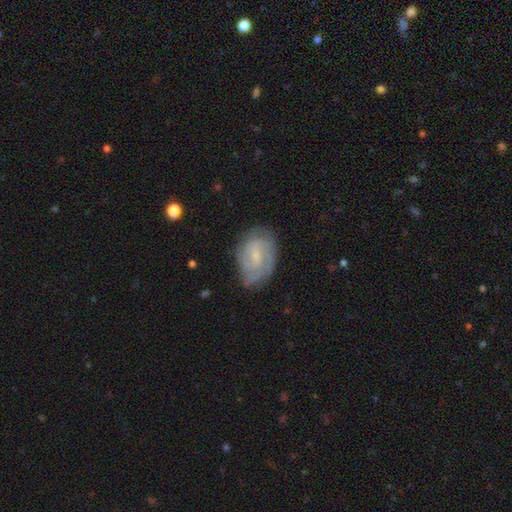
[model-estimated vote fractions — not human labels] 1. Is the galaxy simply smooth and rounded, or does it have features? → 63% featured or disk, 30% smooth, 8% star or artifact.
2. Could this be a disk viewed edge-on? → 97% no, 3% yes.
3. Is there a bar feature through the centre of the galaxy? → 53% weak, 38% no, 9% strong.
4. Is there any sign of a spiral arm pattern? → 85% yes, 15% no.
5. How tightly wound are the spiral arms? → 50% tight, 37% medium, 13% loose.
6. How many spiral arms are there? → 43% 2, 34% can't tell, 9% 1, 9% 3, 3% 4, 2% more than 4.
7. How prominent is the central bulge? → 57% small, 22% moderate, 18% none, 2% large, 1% dominant.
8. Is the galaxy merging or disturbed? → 64% none, 25% minor disturbance, 9% major disturbance, 2% merger.